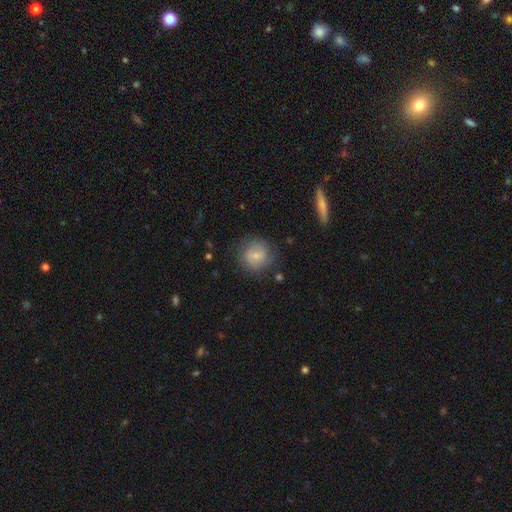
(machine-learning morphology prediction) Smooth or featured: smooth — 53% (featured or disk — 39%)
How rounded: round — 88% (in between — 11%)
Merging: none — 74% (minor disturbance — 17%)